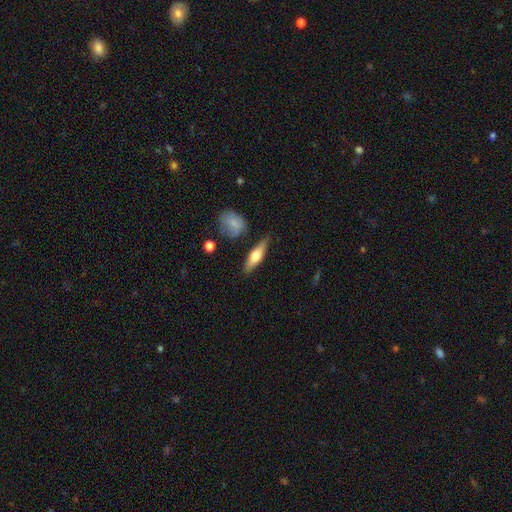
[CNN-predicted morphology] Smooth or featured? Predicted: smooth (p=0.55). How rounded? Predicted: cigar-shaped (p=0.55). Merging? Predicted: none (p=0.81).